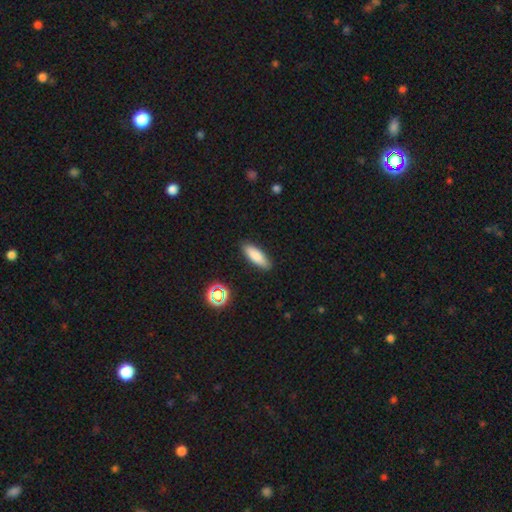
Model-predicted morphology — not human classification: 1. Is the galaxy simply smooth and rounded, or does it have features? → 84% smooth, 9% featured or disk, 8% star or artifact.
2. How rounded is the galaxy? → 57% in between, 41% cigar-shaped, 2% round.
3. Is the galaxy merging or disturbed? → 88% none, 9% minor disturbance, 2% major disturbance, 1% merger.